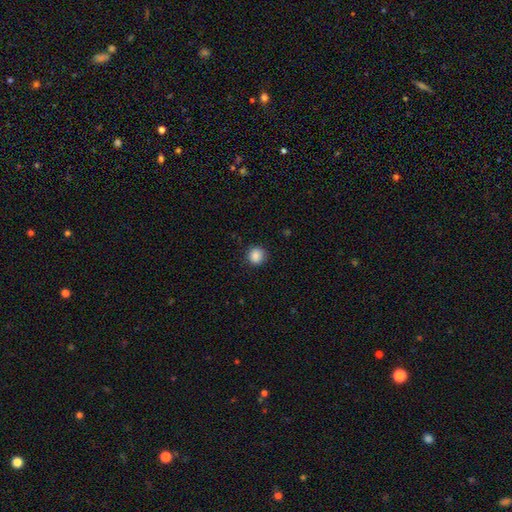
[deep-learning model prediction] A smooth galaxy with no disk features (88%) that is round (91%). Merging: none (89%).